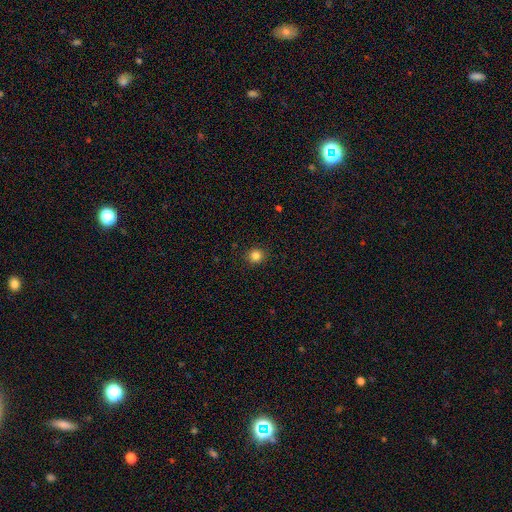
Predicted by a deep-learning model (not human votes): smooth-or-featured: smooth: 83% | star or artifact: 12% | featured or disk: 5%
  how-rounded: round: 91% | in between: 8% | cigar-shaped: 1%
  merging: none: 92% | minor disturbance: 5% | major disturbance: 2% | merger: 1%